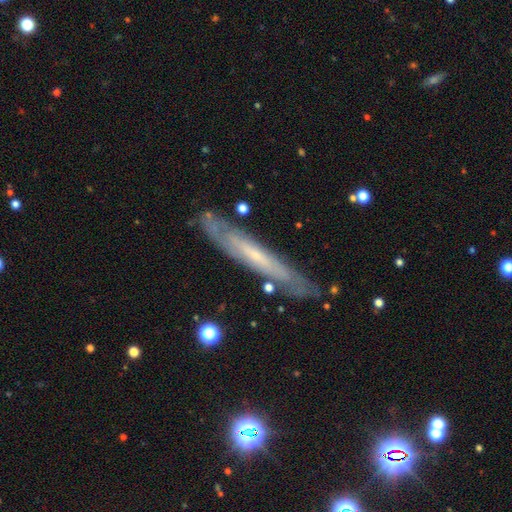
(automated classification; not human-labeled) featured or disk 66%, smooth 27%, star or artifact 7%. Down the decision tree: edge-on disk — yes (68%); merging — none (81%).